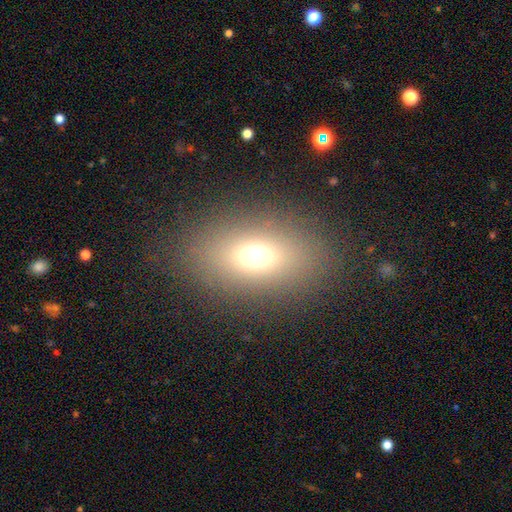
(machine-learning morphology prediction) smooth-or-featured: smooth: 68% | star or artifact: 16% | featured or disk: 16%
  how-rounded: in between: 80% | round: 16% | cigar-shaped: 4%
  merging: none: 85% | minor disturbance: 9% | major disturbance: 5% | merger: 1%